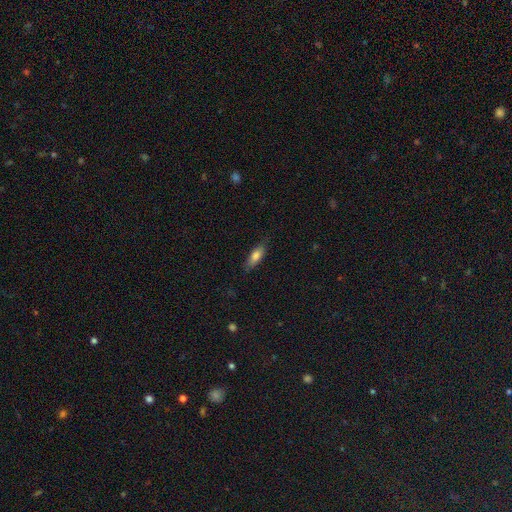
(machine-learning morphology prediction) A smooth galaxy with no disk features (77%) that is in between round and cigar-shaped (60%). Merging: none (80%).